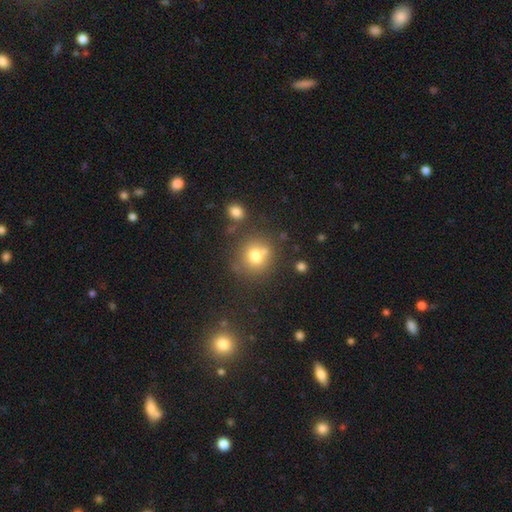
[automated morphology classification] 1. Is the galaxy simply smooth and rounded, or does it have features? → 74% smooth, 14% star or artifact, 12% featured or disk.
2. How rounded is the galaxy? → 86% round, 13% in between, 1% cigar-shaped.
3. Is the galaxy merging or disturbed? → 65% none, 16% merger, 13% minor disturbance, 5% major disturbance.